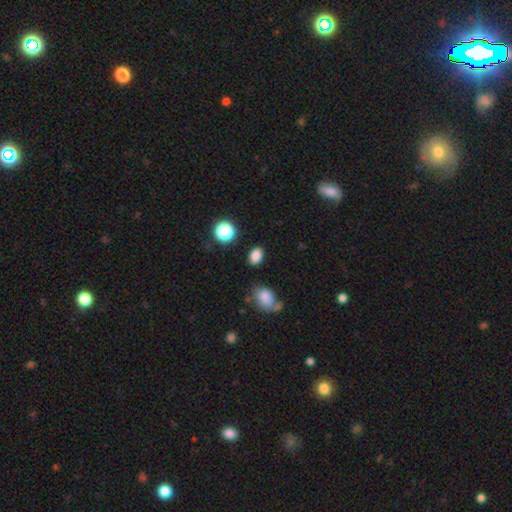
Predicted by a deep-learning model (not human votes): This is clearly a smooth galaxy (84%). How rounded: likely in between (79%). Merging: clearly none (84%).